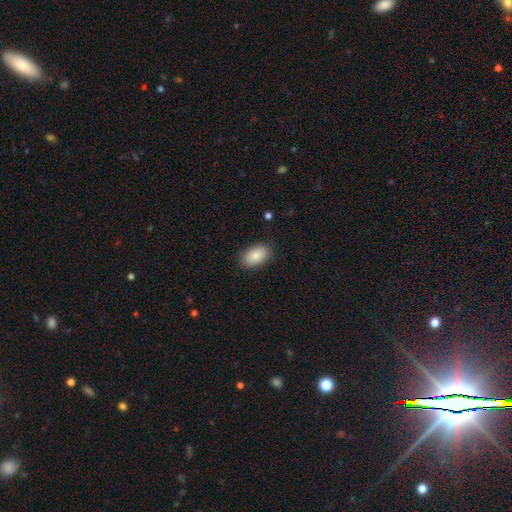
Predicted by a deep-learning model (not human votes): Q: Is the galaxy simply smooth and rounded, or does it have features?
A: smooth — 87%.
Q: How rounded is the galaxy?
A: in between — 92%.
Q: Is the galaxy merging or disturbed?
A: none — 87%.